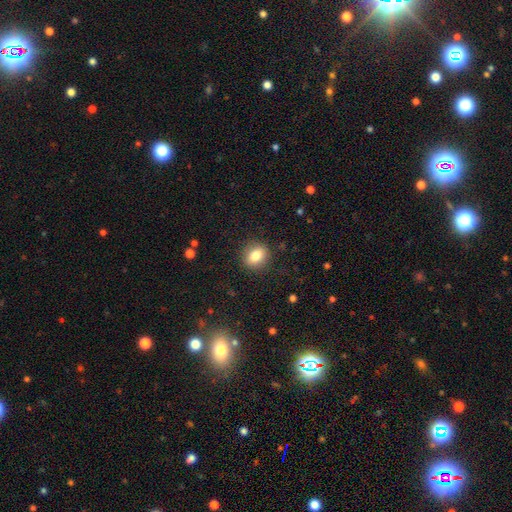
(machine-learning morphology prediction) smooth_or_featured: smooth (p=0.79) [alt: featured or disk p=0.11]
how_rounded: round (p=0.66) [alt: in between p=0.33]
merging: none (p=0.88) [alt: minor disturbance p=0.08]